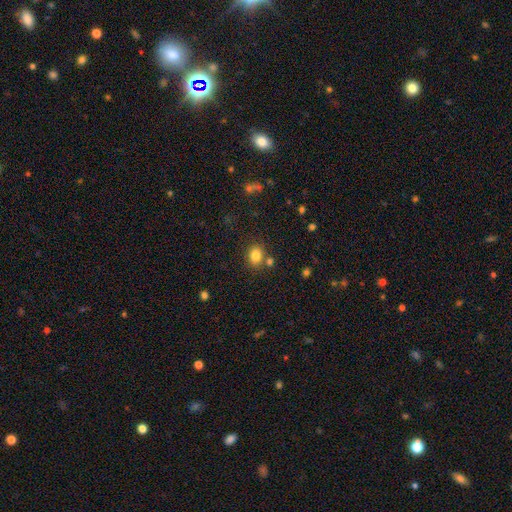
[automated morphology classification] Smooth or featured?
  - smooth: 81% *
  - star or artifact: 12%
  - featured or disk: 7%
How rounded?
  - in between: 52% *
  - round: 47%
  - cigar-shaped: 1%
Merging?
  - none: 74% *
  - merger: 12%
  - minor disturbance: 11%
  - major disturbance: 3%